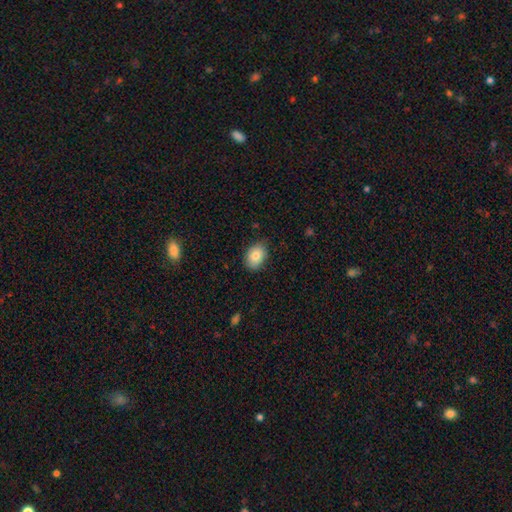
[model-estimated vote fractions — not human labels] smooth_or_featured: smooth (p=0.81) [alt: featured or disk p=0.11]
how_rounded: in between (p=0.76) [alt: round p=0.23]
merging: none (p=0.81) [alt: minor disturbance p=0.16]